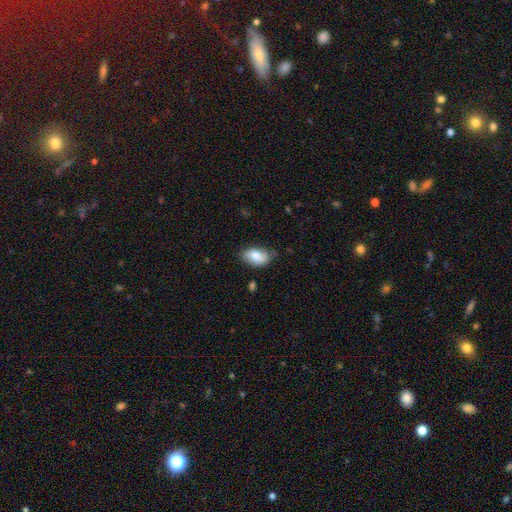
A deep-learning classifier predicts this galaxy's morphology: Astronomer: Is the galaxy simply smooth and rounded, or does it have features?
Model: smooth — 78%.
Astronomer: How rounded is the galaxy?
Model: in between — 91%.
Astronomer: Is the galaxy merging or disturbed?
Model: none — 72%.